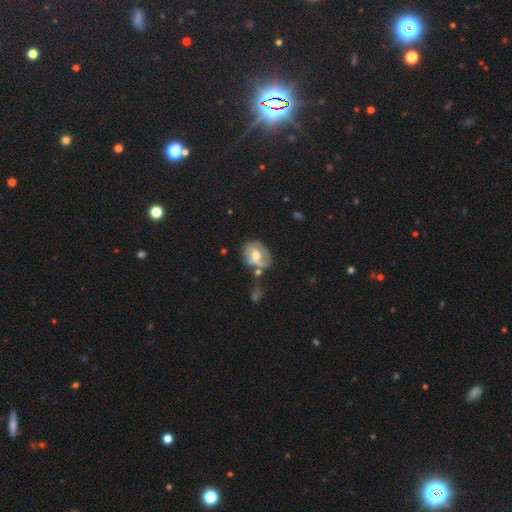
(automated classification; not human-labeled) smooth_or_featured: featured or disk (p=0.53) [alt: smooth p=0.40]
disk_edge_on: no (p=0.96) [alt: yes p=0.04]
bar: no (p=0.60) [alt: weak p=0.31]
has_spiral_arms: yes (p=0.55) [alt: no p=0.45]
bulge_size: moderate (p=0.69) [alt: large p=0.17]
merging: none (p=0.45) [alt: minor disturbance p=0.25]